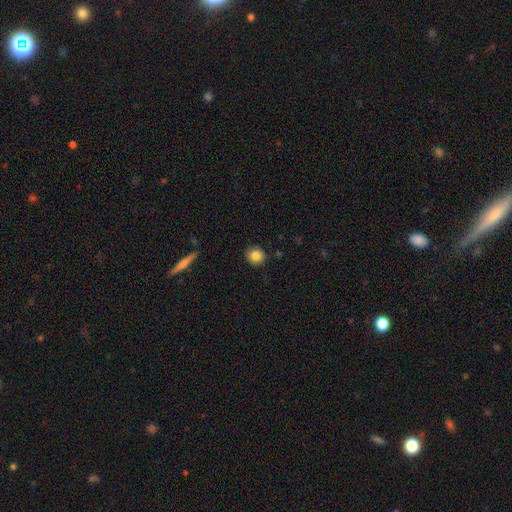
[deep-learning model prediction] The model was most divided on "smooth or featured": smooth: 84%, star or artifact: 9%, featured or disk: 6%. More confident: how rounded — round (90%); merging — none (89%).